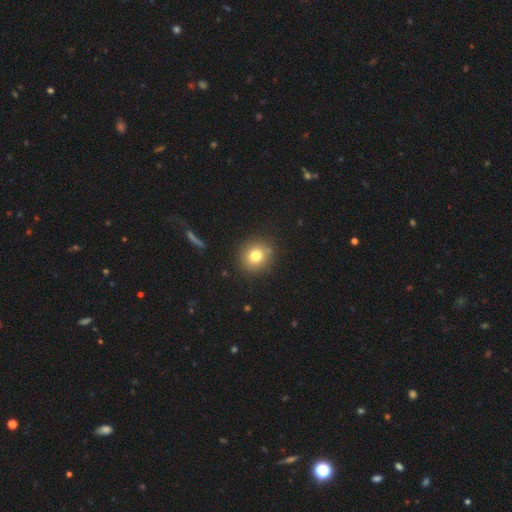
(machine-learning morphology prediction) A smooth galaxy with no disk features (77%) that is round (85%). Merging: none (87%).